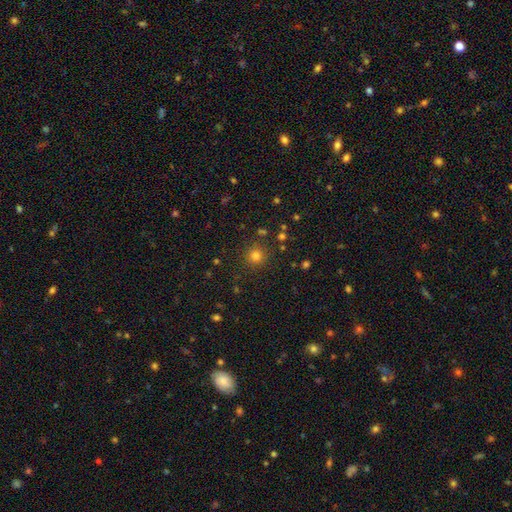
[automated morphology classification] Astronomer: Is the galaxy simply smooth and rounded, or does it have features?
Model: smooth — 77%.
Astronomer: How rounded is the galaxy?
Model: round — 94%.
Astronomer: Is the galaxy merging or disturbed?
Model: none — 88%.